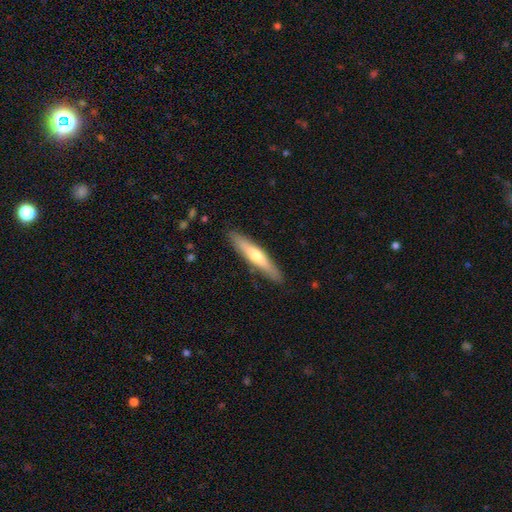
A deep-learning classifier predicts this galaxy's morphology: smooth-or-featured: smooth: 52% | featured or disk: 43% | star or artifact: 5%
  how-rounded: cigar-shaped: 89% | in between: 9% | round: 1%
  merging: none: 88% | minor disturbance: 9% | major disturbance: 2% | merger: 1%